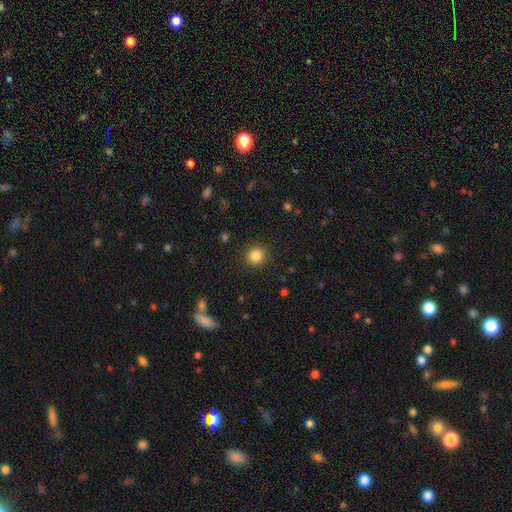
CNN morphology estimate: smooth 84%, star or artifact 11%, featured or disk 4%. Down the decision tree: how rounded — round (93%); merging — none (91%).